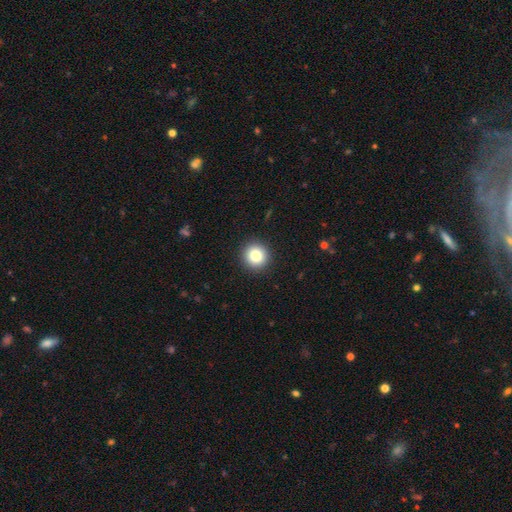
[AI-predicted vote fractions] A smooth galaxy with no disk features (82%) that is round (94%).

Vote fractions:
- Smooth or featured? smooth: 82% / star or artifact: 10% / featured or disk: 8%
- How rounded? round: 94% / in between: 5% / cigar-shaped: 1%
- Merging? none: 92% / minor disturbance: 5% / major disturbance: 2% / merger: 1%